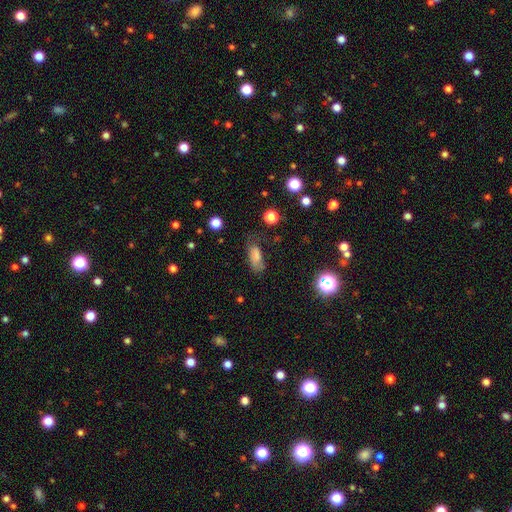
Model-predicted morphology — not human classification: smooth-or-featured: smooth: 74% | featured or disk: 13% | star or artifact: 13%
  how-rounded: in between: 83% | cigar-shaped: 13% | round: 4%
  merging: none: 45% | minor disturbance: 30% | major disturbance: 21% | merger: 3%